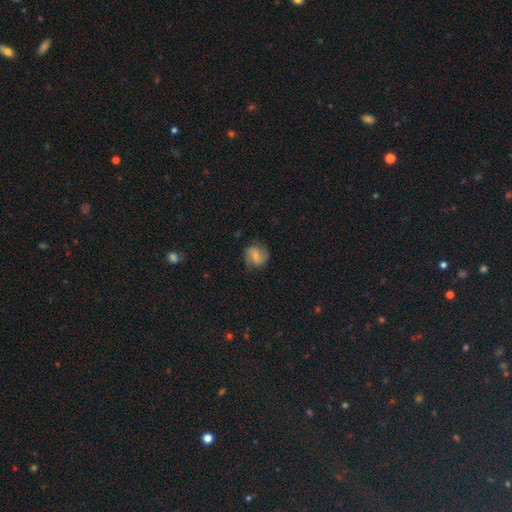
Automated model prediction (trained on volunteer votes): This is possibly a featured or disk galaxy (56%). It is clearly not viewed edge-on (97%). Bar: possibly weak (47%). Spiral arm pattern: clearly yes (91%). Central bulge: possibly small (48%). Merging: likely none (77%).